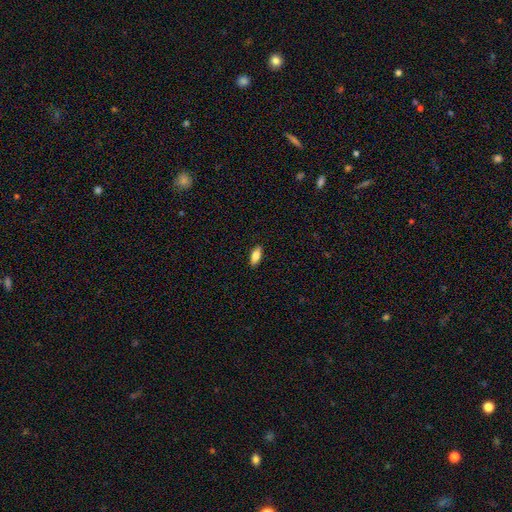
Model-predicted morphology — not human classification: This appears to be a smooth galaxy with no disk features (79%) that is in between round and cigar-shaped (82%). Merging: none (89%).